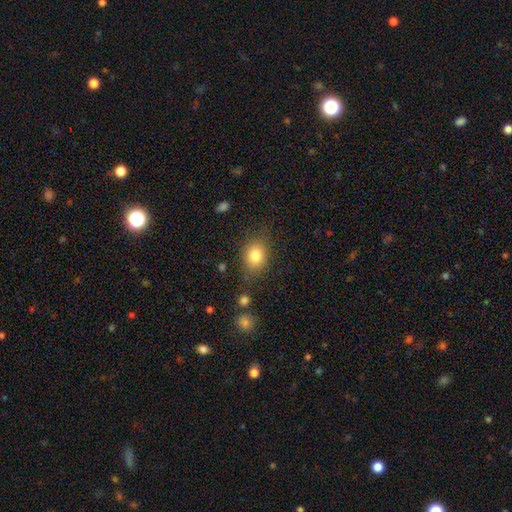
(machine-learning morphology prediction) Smooth or featured? smooth (82%)
How rounded? in between (52%)
Merging? none (78%)